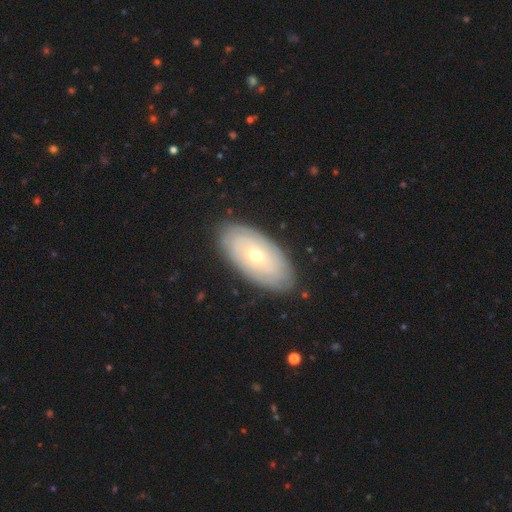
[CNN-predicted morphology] A featured or disk galaxy (61%) with no bar (83%), spiral arms (66%) and a small central bulge (55%). Merging: none (86%).